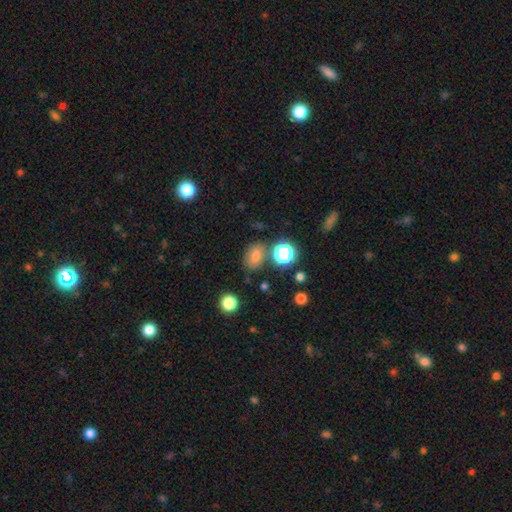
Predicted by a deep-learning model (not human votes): Morphology: type=smooth (70%); roundness=in between (65%); merging=none (73%).